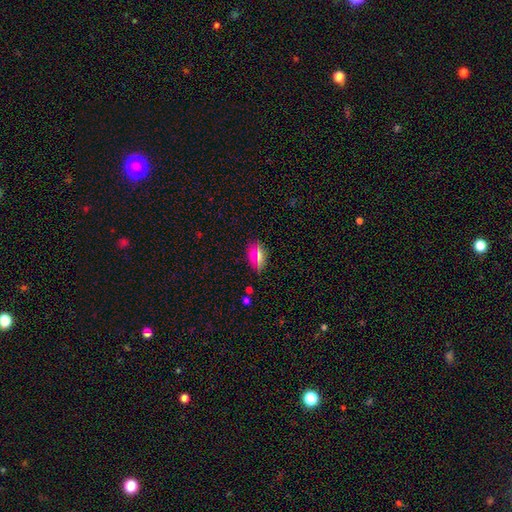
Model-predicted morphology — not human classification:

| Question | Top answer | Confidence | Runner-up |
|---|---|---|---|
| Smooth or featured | smooth | 65% | star or artifact (21%) |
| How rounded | in between | 75% | round (19%) |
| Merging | none | 82% | minor disturbance (12%) |